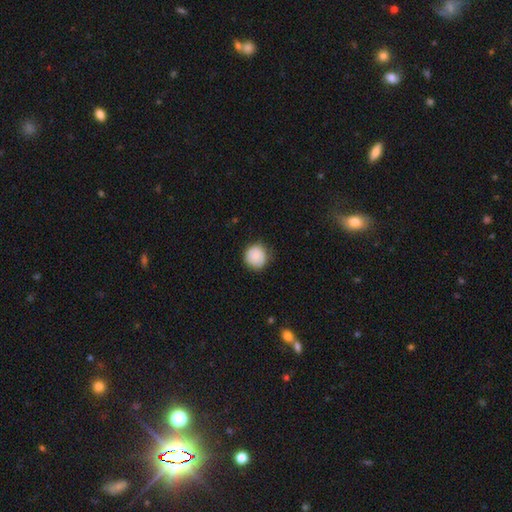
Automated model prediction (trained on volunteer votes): A smooth galaxy with no disk features (88%) that is round (92%).

Vote fractions:
- Smooth or featured? smooth: 88% / star or artifact: 7% / featured or disk: 5%
- How rounded? round: 92% / in between: 7% / cigar-shaped: 1%
- Merging? none: 81% / minor disturbance: 14% / major disturbance: 3% / merger: 1%